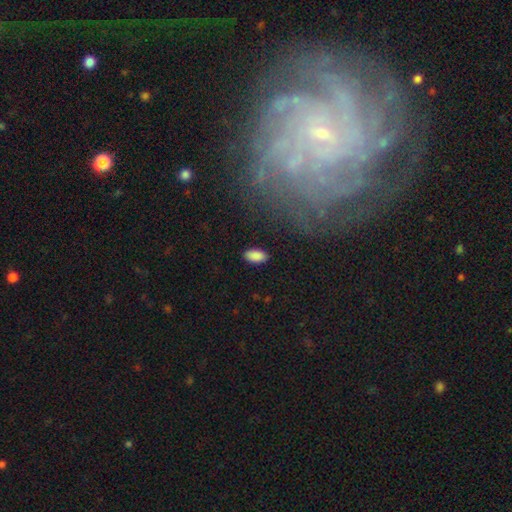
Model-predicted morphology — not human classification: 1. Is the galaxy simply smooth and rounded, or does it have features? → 89% smooth, 7% star or artifact, 4% featured or disk.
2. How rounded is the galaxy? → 94% in between, 3% cigar-shaped, 3% round.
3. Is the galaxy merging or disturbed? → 86% none, 10% minor disturbance, 2% major disturbance, 1% merger.